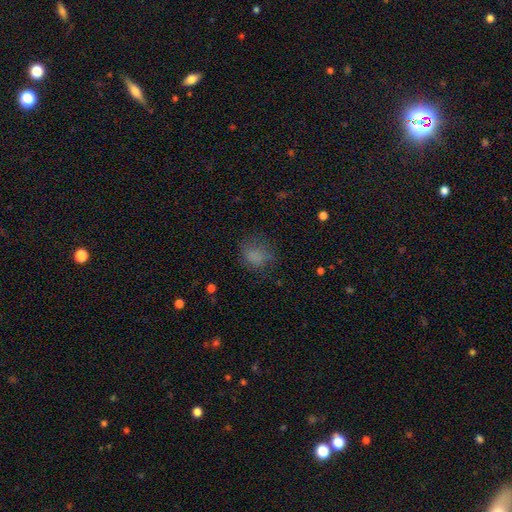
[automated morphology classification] Smooth or featured? smooth (76%)
How rounded? round (54%)
Merging? none (63%)